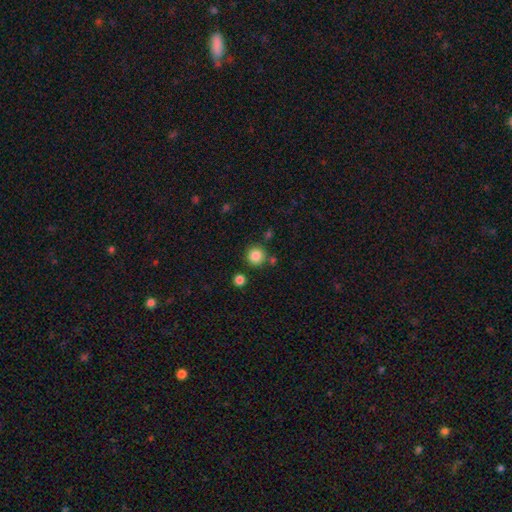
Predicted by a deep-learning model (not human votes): Q: Smooth or featured?
A: smooth (85%); runner-up: star or artifact (11%)
Q: How rounded?
A: round (93%); runner-up: in between (6%)
Q: Merging?
A: none (81%); runner-up: minor disturbance (9%)